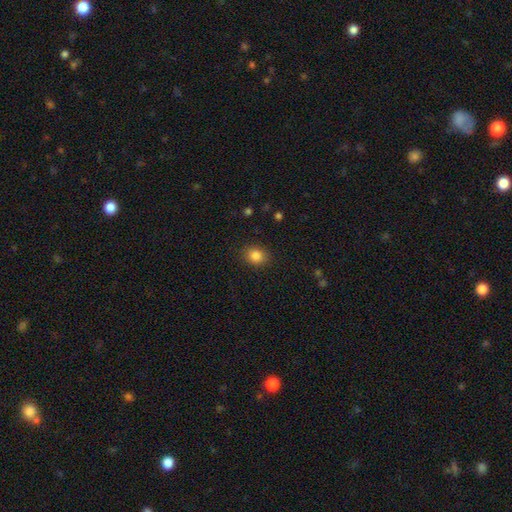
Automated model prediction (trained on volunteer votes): A smooth galaxy with no disk features (85%) that is round (64%).

Vote fractions:
- Smooth or featured? smooth: 85% / star or artifact: 10% / featured or disk: 4%
- How rounded? round: 64% / in between: 35% / cigar-shaped: 1%
- Merging? none: 87% / minor disturbance: 9% / major disturbance: 3% / merger: 1%